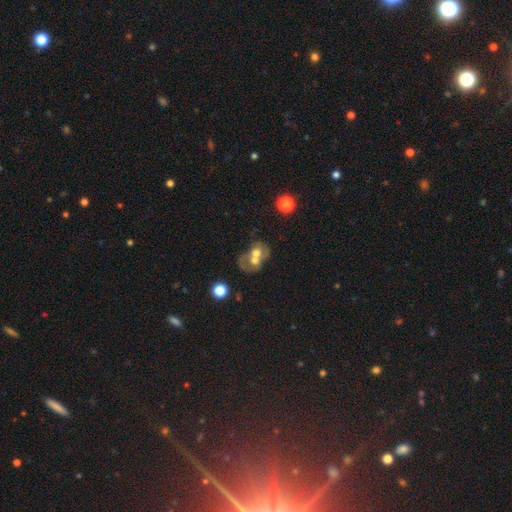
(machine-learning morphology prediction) Smooth or featured?
  - smooth: 46% *
  - featured or disk: 43%
  - star or artifact: 11%
Merging?
  - merger: 72% *
  - none: 15%
  - minor disturbance: 6%
  - major disturbance: 6%